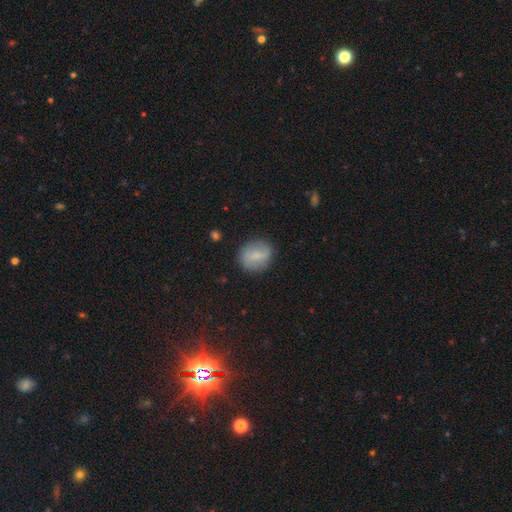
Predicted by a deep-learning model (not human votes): Smooth or featured? smooth (66%)
How rounded? round (66%)
Merging? none (82%)